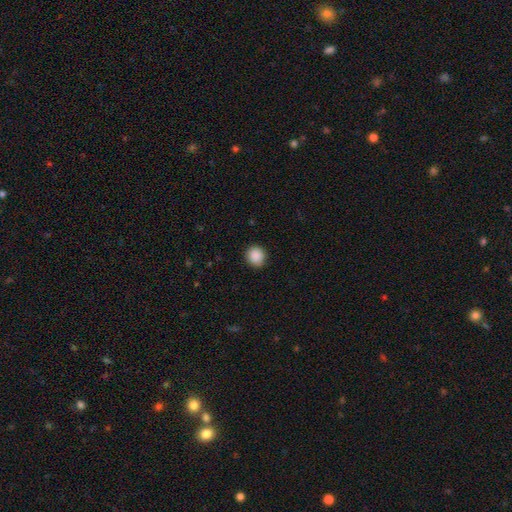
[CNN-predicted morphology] The model was most divided on "how rounded": round: 86%, in between: 13%, cigar-shaped: 1%. More confident: merging — none (90%); smooth or featured — smooth (89%).